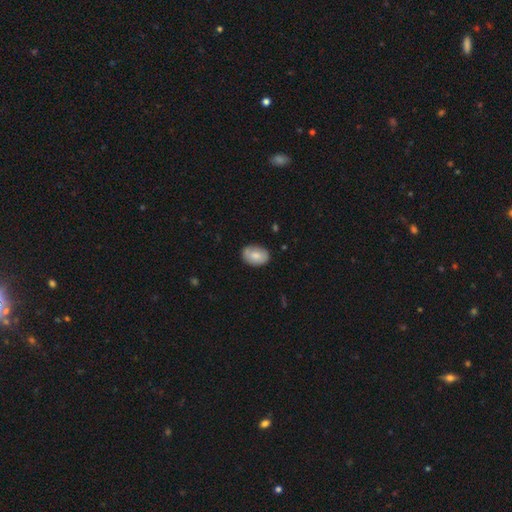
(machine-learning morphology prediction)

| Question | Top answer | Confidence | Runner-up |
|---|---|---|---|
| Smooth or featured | smooth | 76% | featured or disk (17%) |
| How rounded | in between | 80% | round (19%) |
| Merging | none | 78% | minor disturbance (17%) |